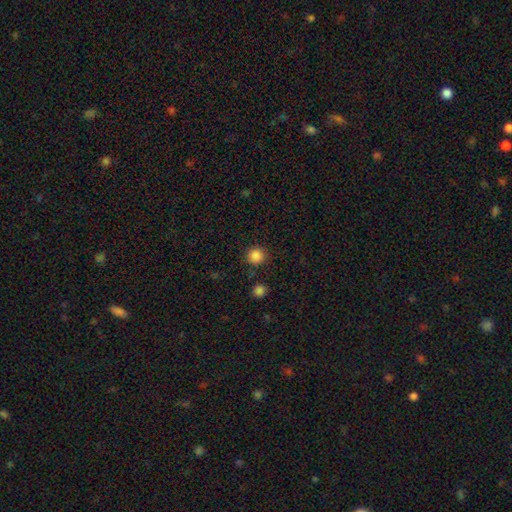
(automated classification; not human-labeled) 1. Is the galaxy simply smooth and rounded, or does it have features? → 86% smooth, 11% star or artifact, 3% featured or disk.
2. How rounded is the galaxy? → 93% round, 6% in between, 1% cigar-shaped.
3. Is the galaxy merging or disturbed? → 87% none, 7% minor disturbance, 3% merger, 3% major disturbance.